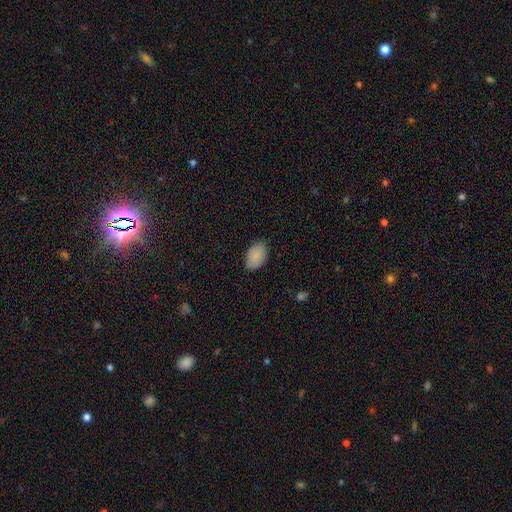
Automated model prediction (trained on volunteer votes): Overall: smooth (87%). How rounded: in between (91%). Merging: none (83%).